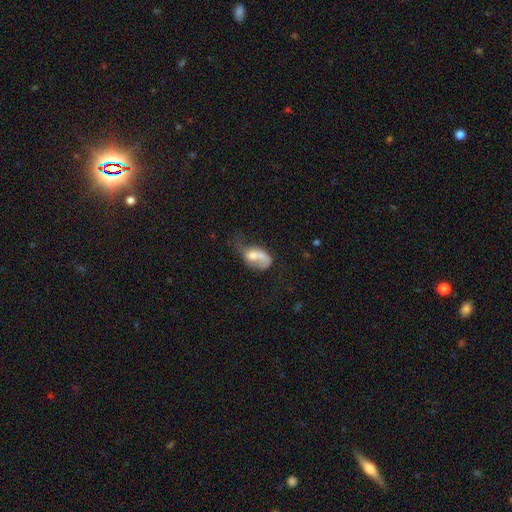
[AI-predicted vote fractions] Morphology: type=smooth (52%); roundness=in between (80%); merging=major disturbance (41%).